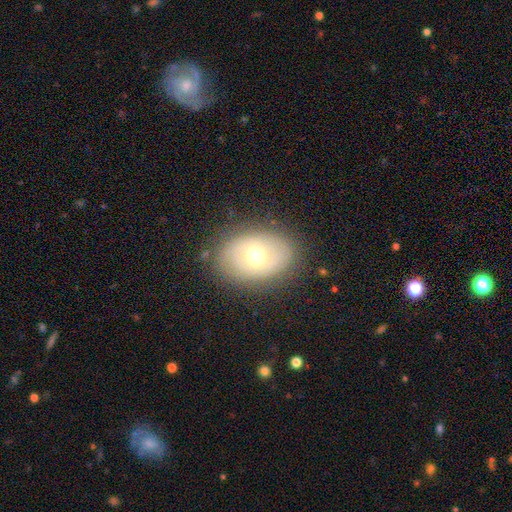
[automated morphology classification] This appears to be a featured or disk galaxy (52%). Merging: none (81%).